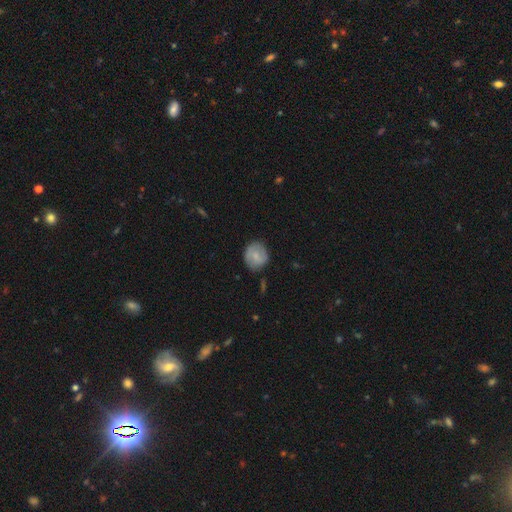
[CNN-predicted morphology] Smooth or featured? Predicted: smooth (p=0.68). How rounded? Predicted: round (p=0.78). Merging? Predicted: none (p=0.80).